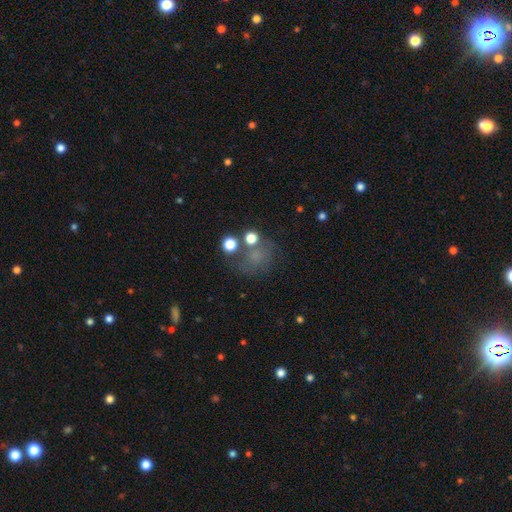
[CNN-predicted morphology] Smooth or featured? smooth (51%)
How rounded? round (71%)
Merging? none (54%)